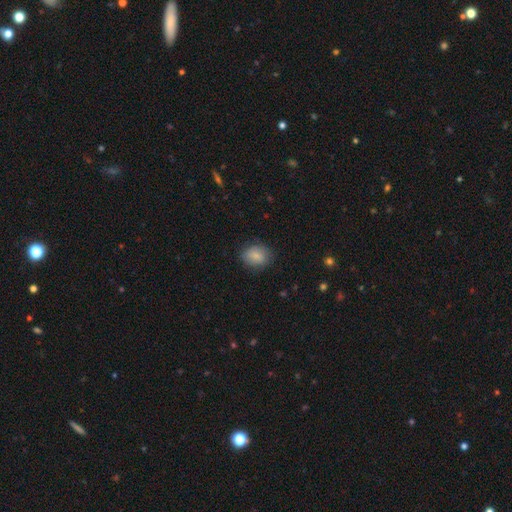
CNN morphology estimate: Smooth or featured?
  - smooth: 84% *
  - featured or disk: 8%
  - star or artifact: 8%
How rounded?
  - in between: 54% *
  - round: 45%
  - cigar-shaped: 1%
Merging?
  - none: 81% *
  - minor disturbance: 14%
  - major disturbance: 4%
  - merger: 1%